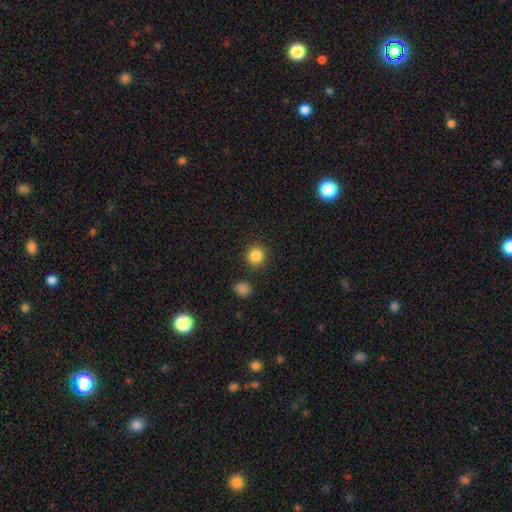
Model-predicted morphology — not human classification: This appears to be a smooth galaxy with no disk features (85%) that is round (93%). Merging: none (89%).